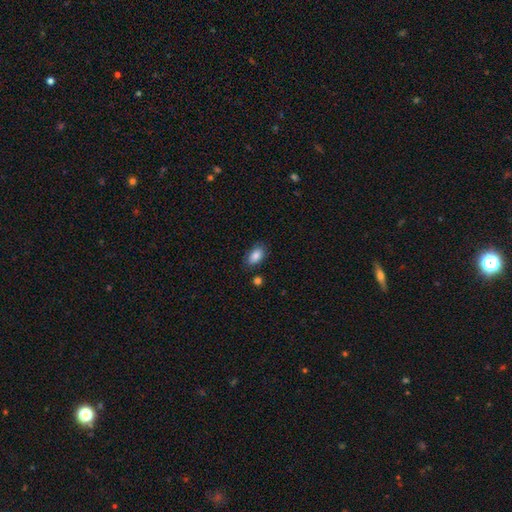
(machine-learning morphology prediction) smooth-or-featured: smooth: 82% | featured or disk: 10% | star or artifact: 7%
  how-rounded: in between: 92% | round: 6% | cigar-shaped: 2%
  merging: none: 75% | minor disturbance: 17% | major disturbance: 4% | merger: 4%